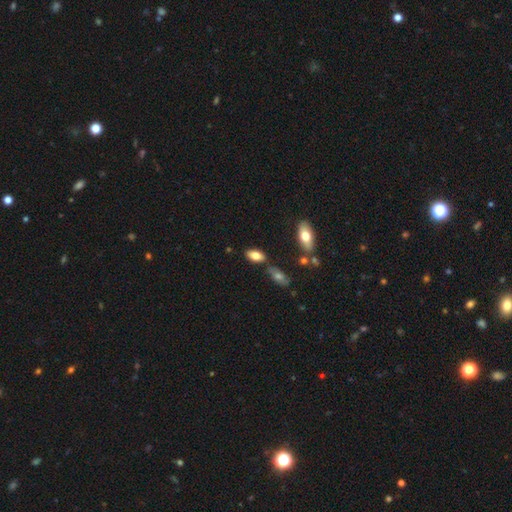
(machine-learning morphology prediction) Smooth or featured?
  - smooth: 78% *
  - featured or disk: 14%
  - star or artifact: 7%
How rounded?
  - in between: 91% *
  - cigar-shaped: 6%
  - round: 4%
Merging?
  - none: 73% *
  - minor disturbance: 14%
  - merger: 10%
  - major disturbance: 3%